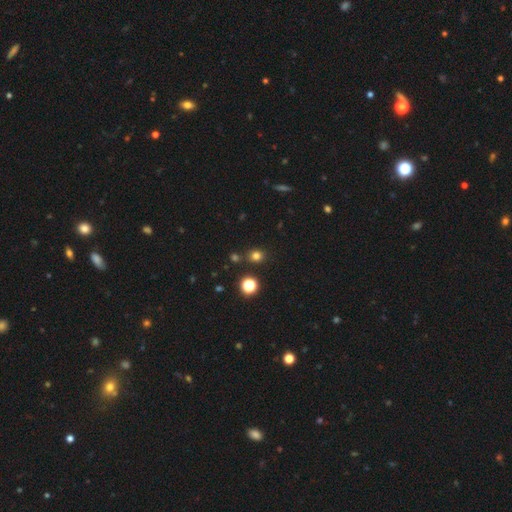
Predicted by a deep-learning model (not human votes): Smooth or featured? smooth (75%)
How rounded? round (80%)
Merging? none (80%)